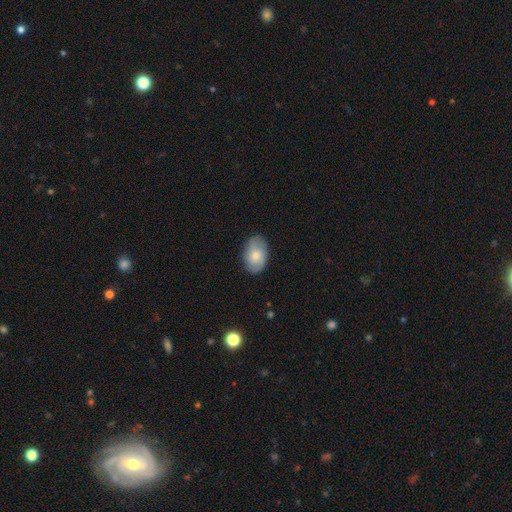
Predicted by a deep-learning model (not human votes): smooth 66%, featured or disk 28%, star or artifact 6%. Down the decision tree: how rounded — in between (88%); merging — none (80%).